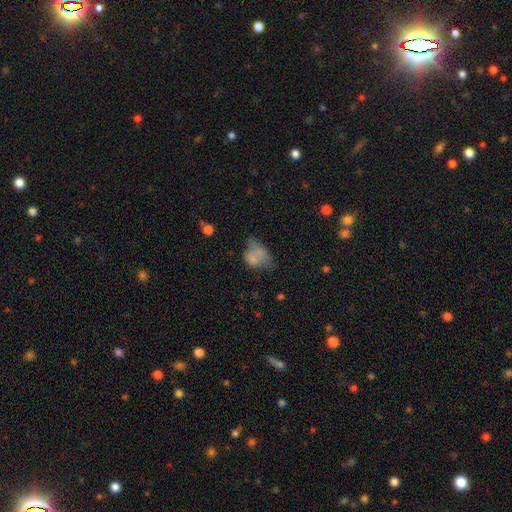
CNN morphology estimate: smooth 65%, featured or disk 22%, star or artifact 13%. Down the decision tree: how rounded — in between (77%); merging — major disturbance (28%).